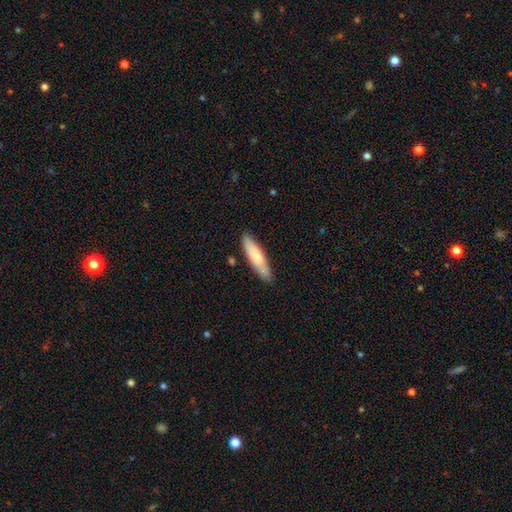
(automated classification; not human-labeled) Smooth or featured?
  - smooth: 74% *
  - featured or disk: 20%
  - star or artifact: 5%
How rounded?
  - cigar-shaped: 74% *
  - in between: 25%
  - round: 1%
Merging?
  - none: 83% *
  - minor disturbance: 13%
  - major disturbance: 2%
  - merger: 2%